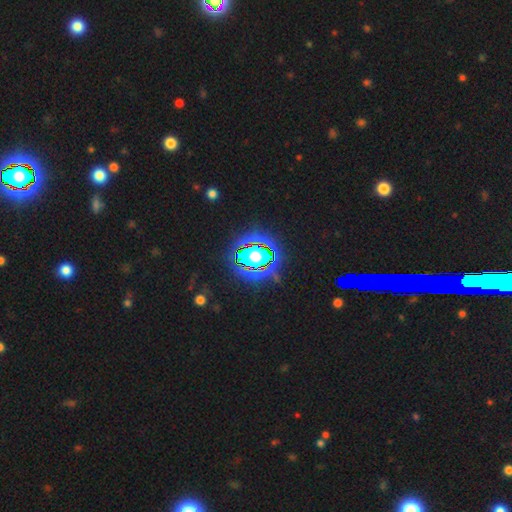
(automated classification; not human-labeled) Smooth or featured? star or artifact (81%)